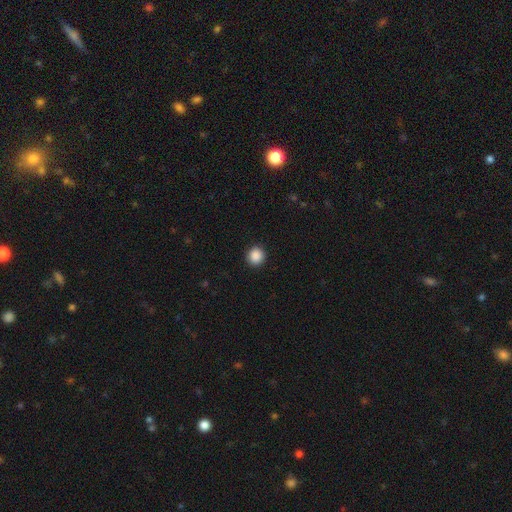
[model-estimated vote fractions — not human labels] This appears to be a smooth galaxy with no disk features (89%) that is round (93%). Merging: none (93%).